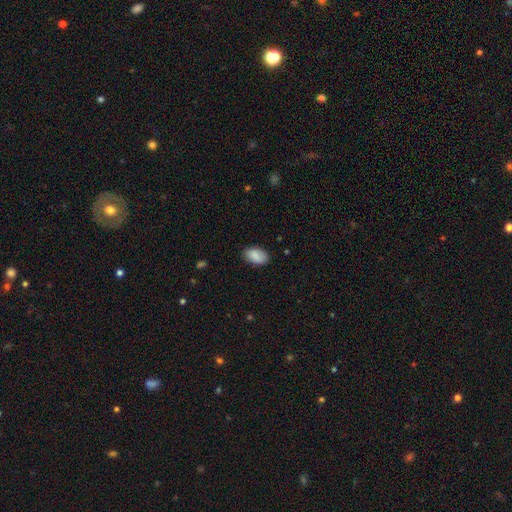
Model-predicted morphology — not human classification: The model was most divided on "merging": none: 83%, minor disturbance: 14%, major disturbance: 3%, merger: 1%. More confident: how rounded — in between (92%); smooth or featured — smooth (88%).